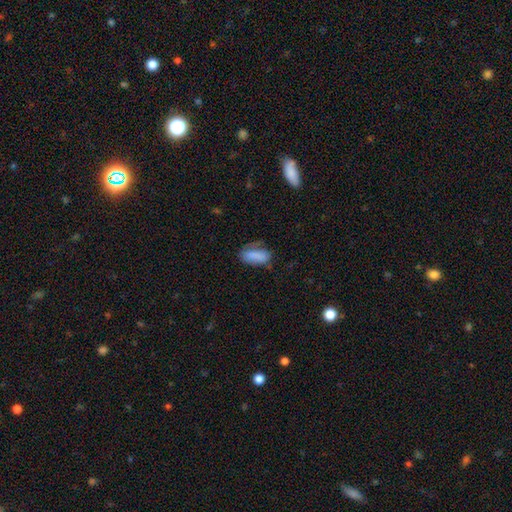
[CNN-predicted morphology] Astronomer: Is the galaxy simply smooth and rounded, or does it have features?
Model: smooth — 79%.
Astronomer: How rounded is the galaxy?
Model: in between — 88%.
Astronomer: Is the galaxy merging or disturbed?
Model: none — 45% (runner-up: minor disturbance, 32%).